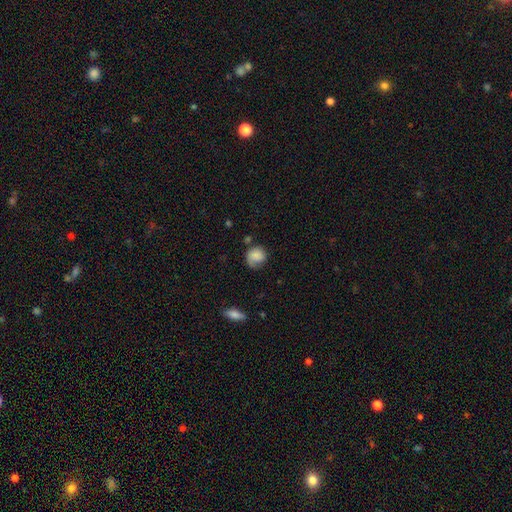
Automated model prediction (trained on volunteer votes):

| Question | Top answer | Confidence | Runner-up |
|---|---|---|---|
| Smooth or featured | smooth | 73% | featured or disk (18%) |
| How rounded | round | 78% | in between (21%) |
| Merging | none | 53% | minor disturbance (29%) |